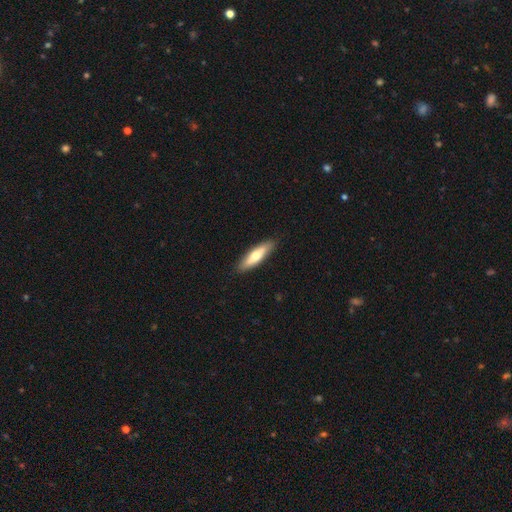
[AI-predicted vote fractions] Smooth or featured? smooth (63%)
How rounded? cigar-shaped (64%)
Merging? none (88%)